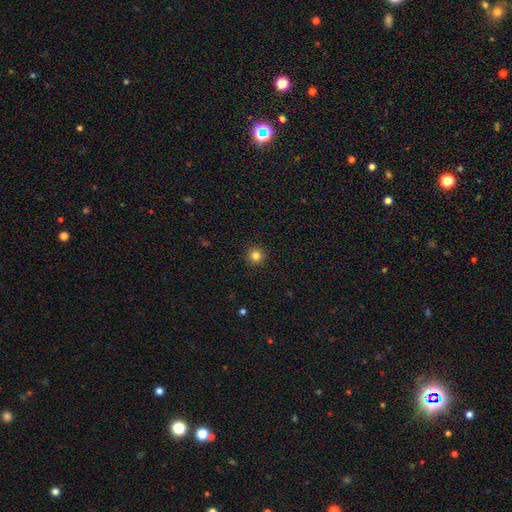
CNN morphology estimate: smooth_or_featured: smooth (p=0.83) [alt: star or artifact p=0.12]
how_rounded: round (p=0.96) [alt: in between p=0.03]
merging: none (p=0.93) [alt: minor disturbance p=0.05]